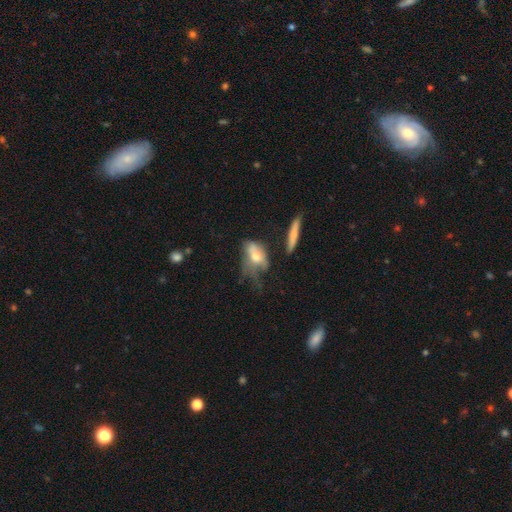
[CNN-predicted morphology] This appears to be a smooth galaxy with no disk features (58%) that is in between round and cigar-shaped (78%). Merging: major disturbance (45%).